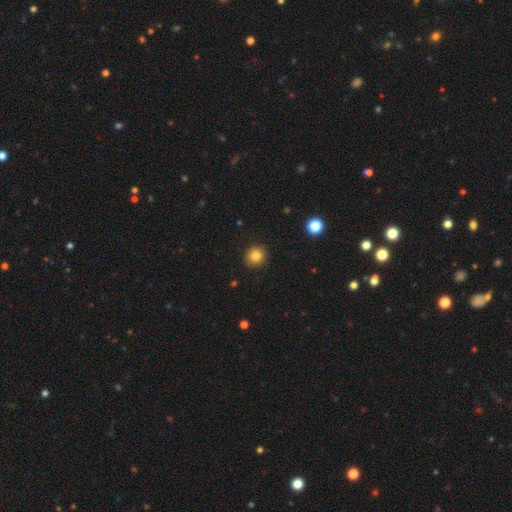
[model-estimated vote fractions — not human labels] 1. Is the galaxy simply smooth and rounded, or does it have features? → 84% smooth, 11% star or artifact, 5% featured or disk.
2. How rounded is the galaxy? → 85% round, 14% in between, 1% cigar-shaped.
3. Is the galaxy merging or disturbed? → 90% none, 7% minor disturbance, 2% major disturbance, 1% merger.